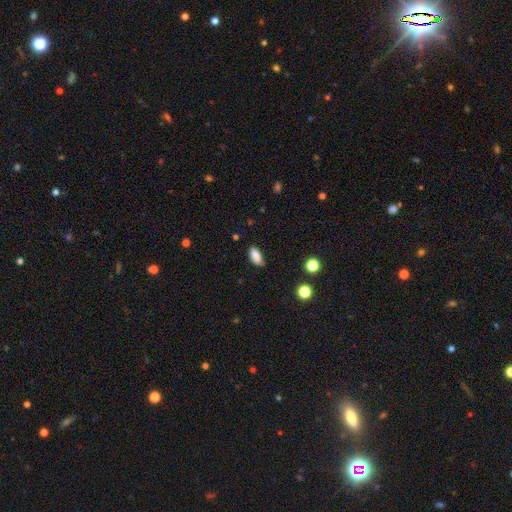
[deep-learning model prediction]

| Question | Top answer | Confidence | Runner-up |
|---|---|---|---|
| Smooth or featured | smooth | 86% | star or artifact (8%) |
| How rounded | in between | 84% | cigar-shaped (13%) |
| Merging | none | 79% | minor disturbance (16%) |